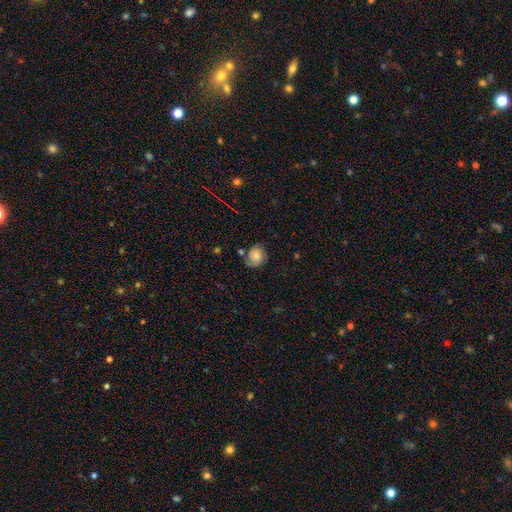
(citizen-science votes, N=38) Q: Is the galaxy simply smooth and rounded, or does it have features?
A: featured or disk — 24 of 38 (63%).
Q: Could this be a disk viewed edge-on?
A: no — 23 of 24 (96%).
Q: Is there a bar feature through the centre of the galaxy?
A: no — 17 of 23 (74%).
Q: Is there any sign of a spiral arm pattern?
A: yes — 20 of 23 (87%).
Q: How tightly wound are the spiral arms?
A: tight — 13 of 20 (65%).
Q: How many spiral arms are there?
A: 3 — 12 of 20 (60%).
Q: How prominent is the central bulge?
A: moderate — 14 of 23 (61%).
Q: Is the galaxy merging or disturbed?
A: none — 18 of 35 (51%).